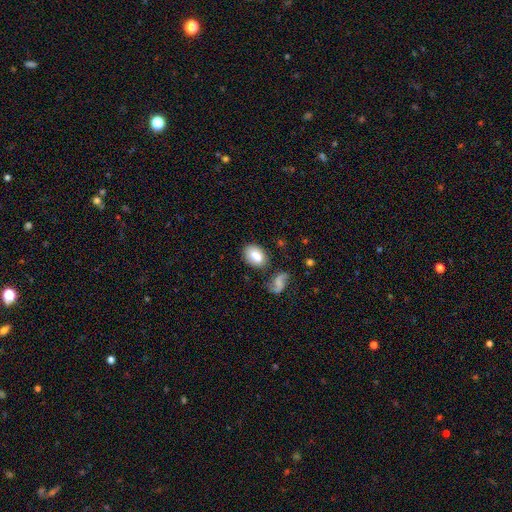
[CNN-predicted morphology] Smooth or featured?
  - smooth: 76% *
  - featured or disk: 16%
  - star or artifact: 7%
How rounded?
  - in between: 82% *
  - round: 17%
  - cigar-shaped: 1%
Merging?
  - none: 66% *
  - minor disturbance: 18%
  - merger: 10%
  - major disturbance: 6%